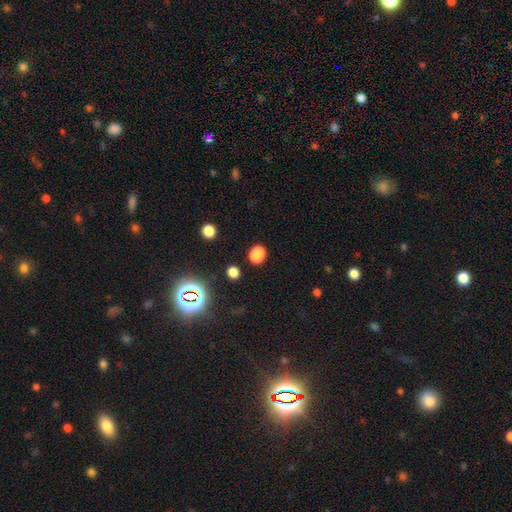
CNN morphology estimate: smooth_or_featured: smooth (p=0.74) [alt: star or artifact p=0.18]
how_rounded: round (p=0.56) [alt: in between p=0.43]
merging: none (p=0.58) [alt: merger p=0.26]